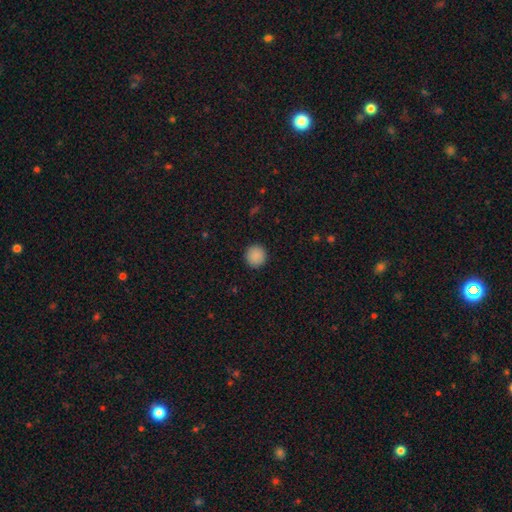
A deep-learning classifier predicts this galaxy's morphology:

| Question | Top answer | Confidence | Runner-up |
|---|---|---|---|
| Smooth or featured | smooth | 89% | star or artifact (8%) |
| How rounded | round | 94% | in between (5%) |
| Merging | none | 93% | minor disturbance (5%) |